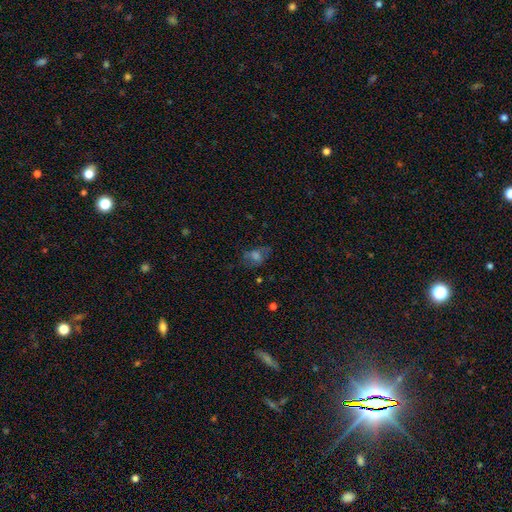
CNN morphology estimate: smooth 49%, featured or disk 31%, star or artifact 20%. Down the decision tree: merging — none (62%).